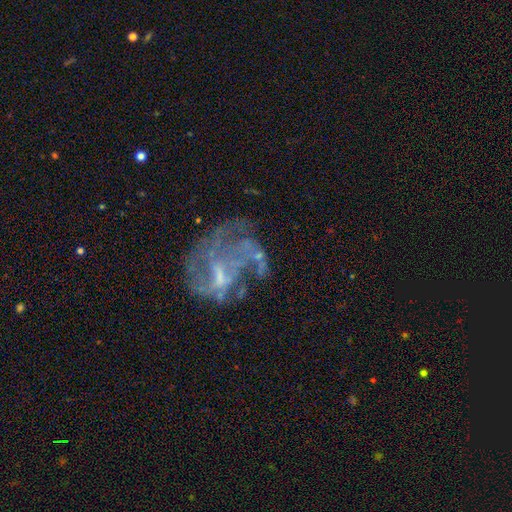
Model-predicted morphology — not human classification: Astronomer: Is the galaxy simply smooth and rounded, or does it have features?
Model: featured or disk — 73%.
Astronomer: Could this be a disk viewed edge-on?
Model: no — 98%.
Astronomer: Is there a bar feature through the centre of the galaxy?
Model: no — 48% (runner-up: weak, 40%).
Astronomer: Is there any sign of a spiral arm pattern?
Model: yes — 54% (runner-up: no, 46%).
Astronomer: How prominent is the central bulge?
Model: none — 40% (runner-up: small, 31%).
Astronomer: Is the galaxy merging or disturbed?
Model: major disturbance — 41% (runner-up: none, 36%).